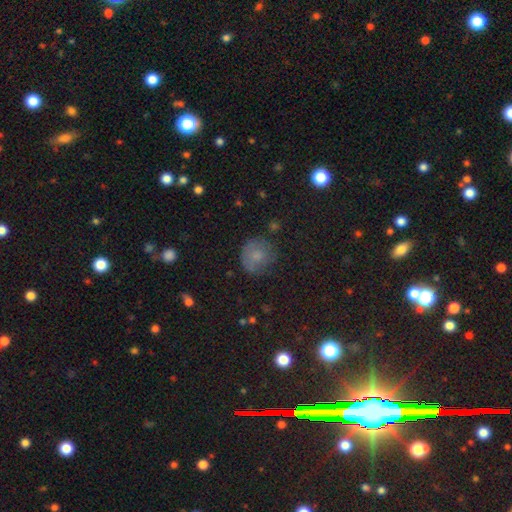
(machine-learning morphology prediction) Smooth or featured: smooth — 66% (featured or disk — 20%)
How rounded: round — 85% (in between — 14%)
Merging: none — 63% (minor disturbance — 23%)